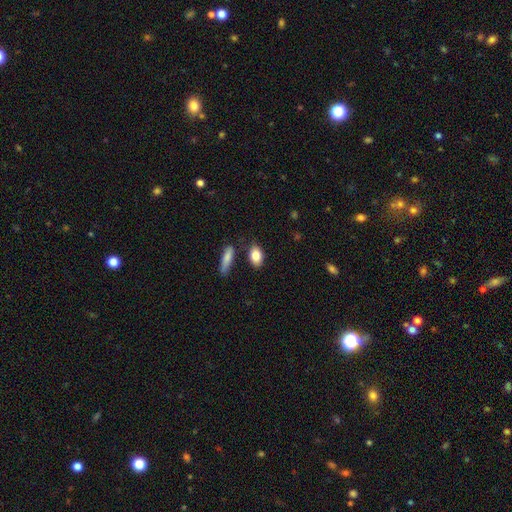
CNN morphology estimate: smooth_or_featured: smooth (p=0.84) [alt: featured or disk p=0.10]
how_rounded: in between (p=0.84) [alt: round p=0.11]
merging: none (p=0.77) [alt: minor disturbance p=0.14]